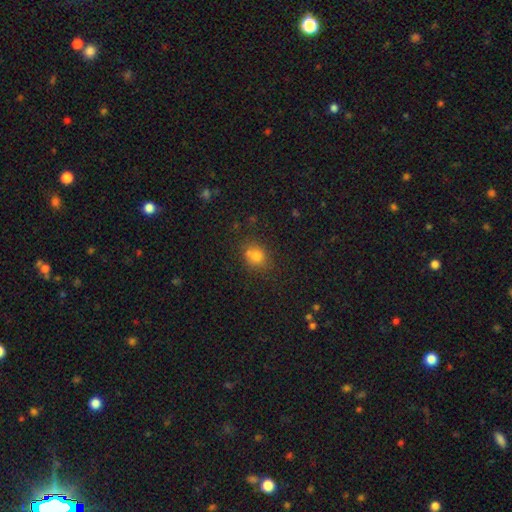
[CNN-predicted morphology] smooth 76%, star or artifact 15%, featured or disk 9%. Down the decision tree: how rounded — round (63%); merging — none (63%).